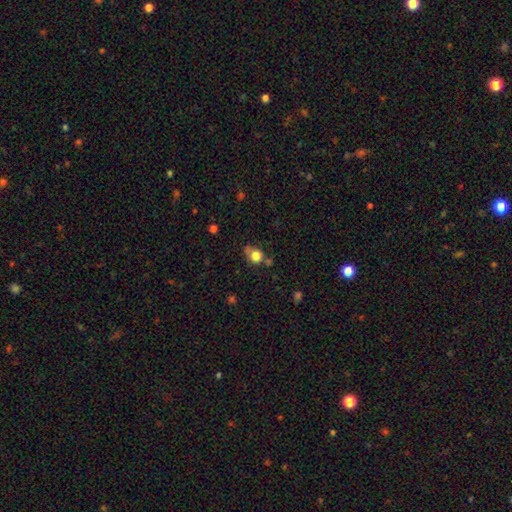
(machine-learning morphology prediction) smooth_or_featured: smooth (p=0.80) [alt: star or artifact p=0.12]
how_rounded: round (p=0.74) [alt: in between p=0.25]
merging: none (p=0.53) [alt: minor disturbance p=0.26]